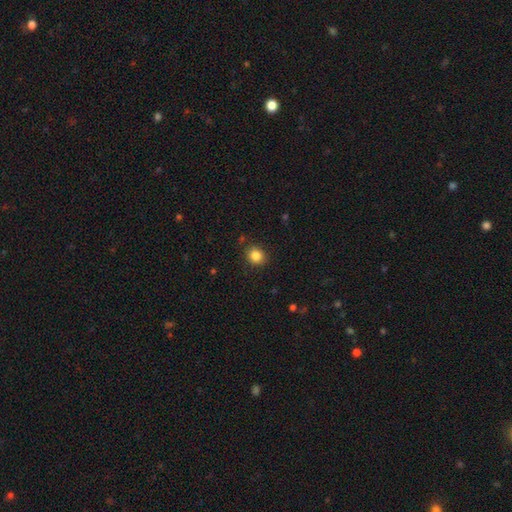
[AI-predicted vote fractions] smooth 84%, star or artifact 11%, featured or disk 5%. Down the decision tree: how rounded — round (76%); merging — none (87%).